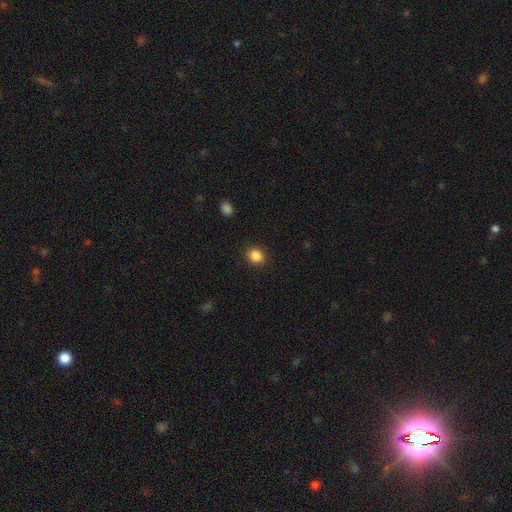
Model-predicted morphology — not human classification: Smooth or featured?
  - smooth: 86% *
  - star or artifact: 10%
  - featured or disk: 4%
How rounded?
  - round: 75% *
  - in between: 24%
  - cigar-shaped: 1%
Merging?
  - none: 90% *
  - minor disturbance: 7%
  - major disturbance: 2%
  - merger: 1%